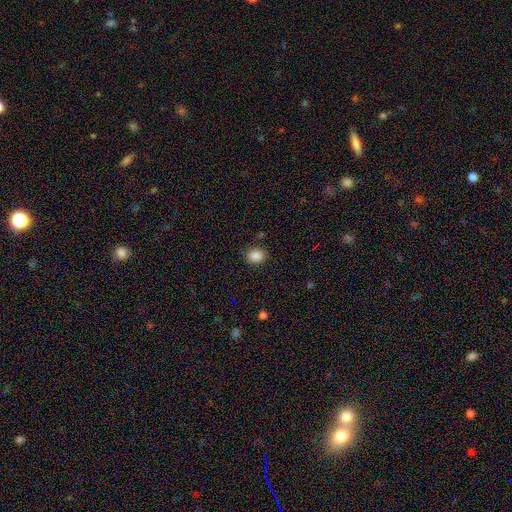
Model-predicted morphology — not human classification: Q: Smooth or featured?
A: smooth (85%); runner-up: star or artifact (10%)
Q: How rounded?
A: round (66%); runner-up: in between (33%)
Q: Merging?
A: none (86%); runner-up: minor disturbance (10%)